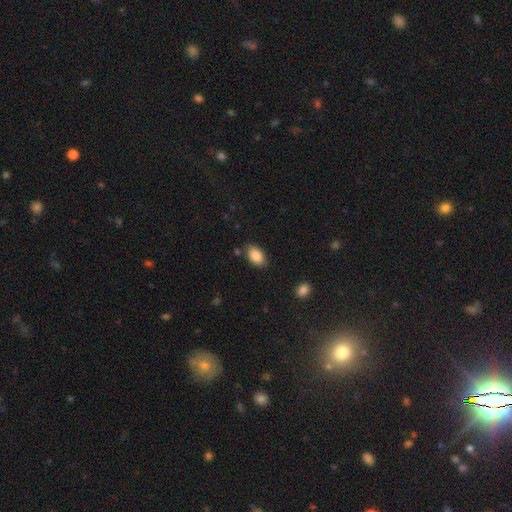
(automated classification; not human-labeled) Smooth or featured?
  - smooth: 87% *
  - star or artifact: 7%
  - featured or disk: 6%
How rounded?
  - in between: 92% *
  - round: 7%
  - cigar-shaped: 2%
Merging?
  - none: 80% *
  - minor disturbance: 14%
  - merger: 3%
  - major disturbance: 3%